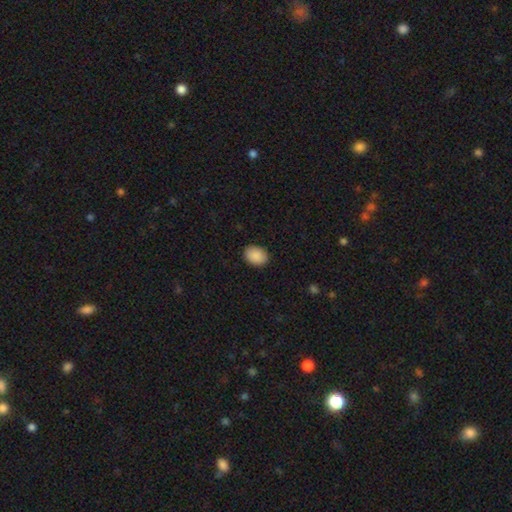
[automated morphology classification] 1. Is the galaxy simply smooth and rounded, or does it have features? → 90% smooth, 7% star or artifact, 3% featured or disk.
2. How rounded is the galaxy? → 64% in between, 35% round, 1% cigar-shaped.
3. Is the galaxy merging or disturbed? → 89% none, 8% minor disturbance, 2% major disturbance, 1% merger.